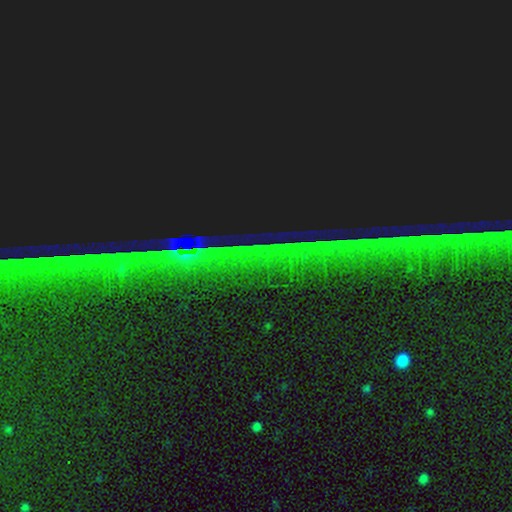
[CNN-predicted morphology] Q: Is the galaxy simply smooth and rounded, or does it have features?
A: star or artifact — 84%.